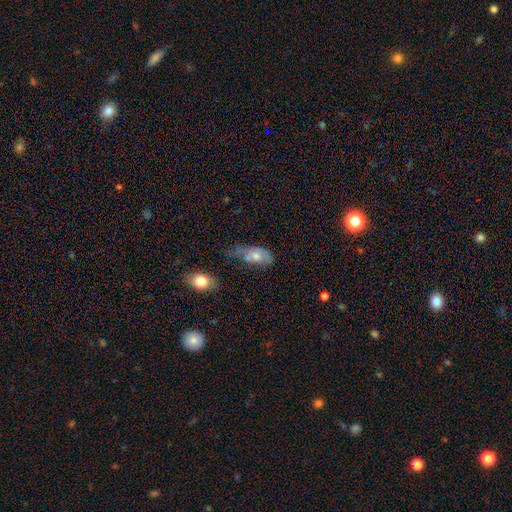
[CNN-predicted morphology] This appears to be a smooth galaxy with no disk features (57%) that is in between round and cigar-shaped (87%). Merging: minor disturbance (38%).